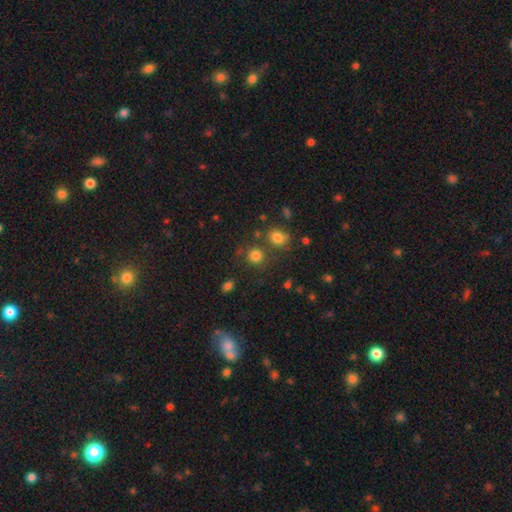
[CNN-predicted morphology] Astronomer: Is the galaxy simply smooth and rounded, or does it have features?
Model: smooth — 78%.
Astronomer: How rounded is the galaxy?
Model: round — 89%.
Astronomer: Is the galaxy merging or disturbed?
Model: none — 75%.